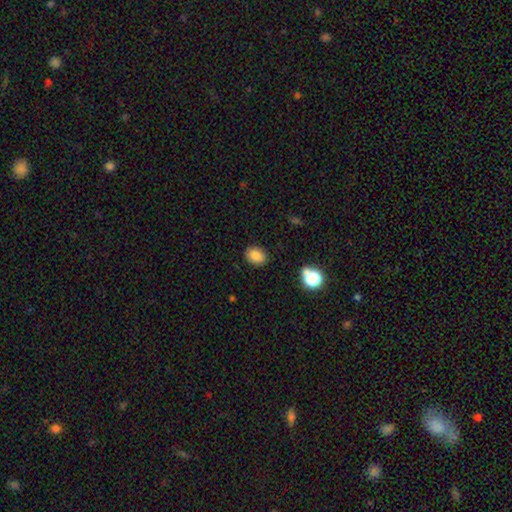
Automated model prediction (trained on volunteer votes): Smooth or featured? smooth (84%)
How rounded? in between (62%)
Merging? none (87%)